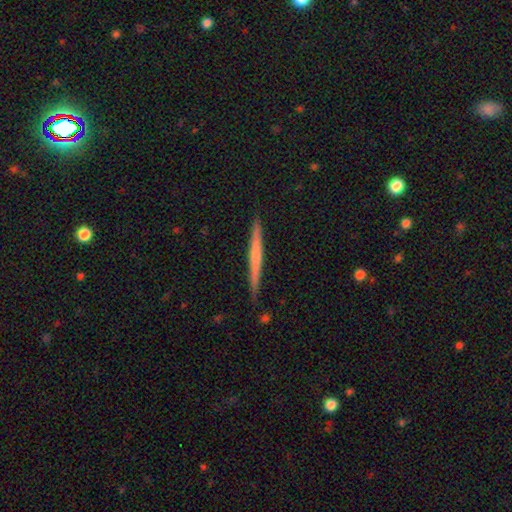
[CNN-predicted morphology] This is possibly a featured or disk galaxy (50%). Merging: clearly none (89%).